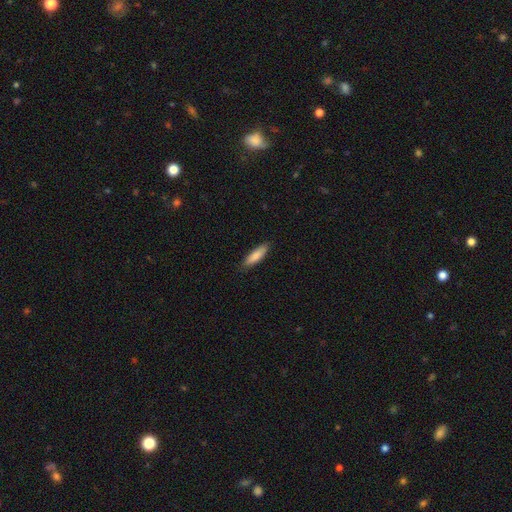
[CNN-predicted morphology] Q: Smooth or featured?
A: smooth (84%); runner-up: featured or disk (11%)
Q: How rounded?
A: cigar-shaped (62%); runner-up: in between (36%)
Q: Merging?
A: none (86%); runner-up: minor disturbance (11%)